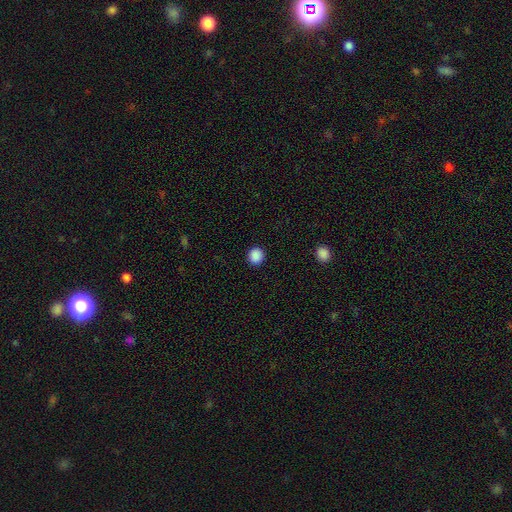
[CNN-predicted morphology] Smooth or featured? Predicted: smooth (p=0.88). How rounded? Predicted: round (p=0.89). Merging? Predicted: none (p=0.92).